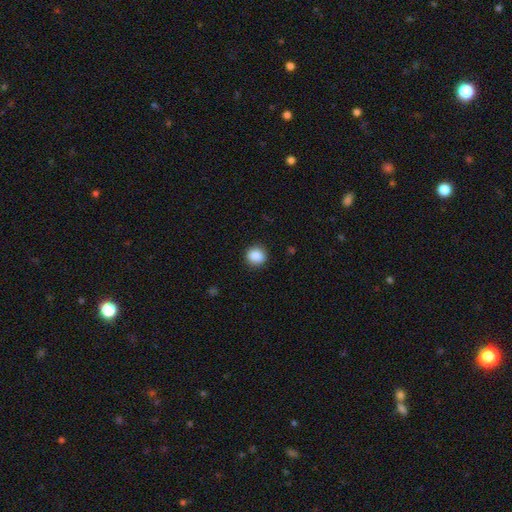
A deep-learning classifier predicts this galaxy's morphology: type=smooth (87%); roundness=round (85%); merging=none (89%).